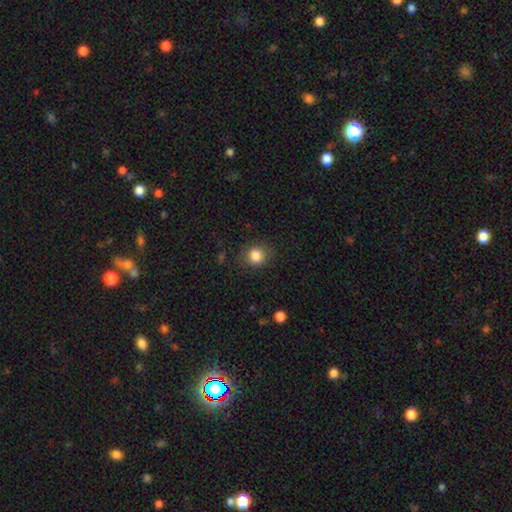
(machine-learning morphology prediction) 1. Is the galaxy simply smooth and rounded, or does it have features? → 84% smooth, 11% star or artifact, 5% featured or disk.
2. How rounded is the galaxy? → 80% round, 19% in between, 1% cigar-shaped.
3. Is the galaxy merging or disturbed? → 83% none, 12% minor disturbance, 4% major disturbance, 1% merger.